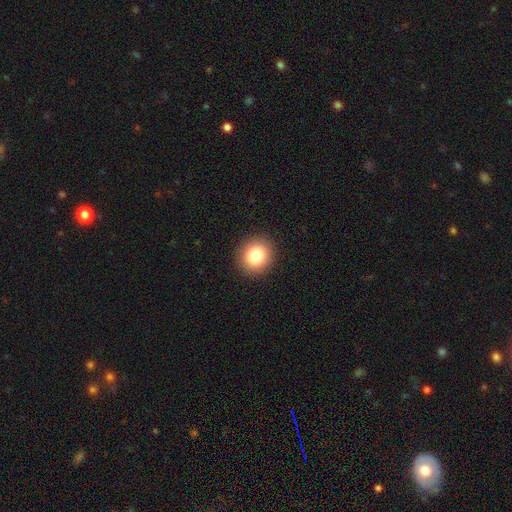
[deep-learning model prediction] Smooth or featured: smooth — 86% (star or artifact — 9%)
How rounded: round — 84% (in between — 15%)
Merging: none — 91% (minor disturbance — 6%)